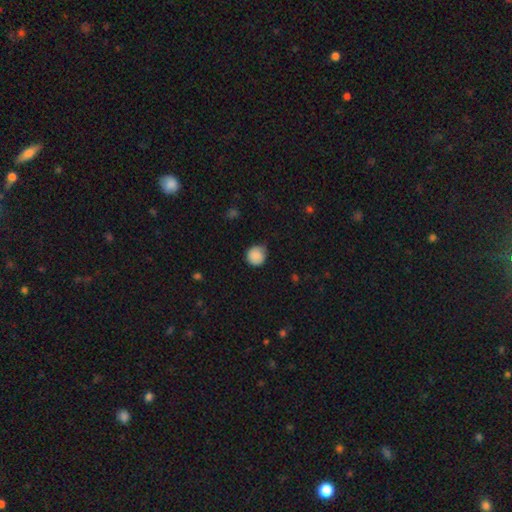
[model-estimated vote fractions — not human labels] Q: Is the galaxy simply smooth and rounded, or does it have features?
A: smooth — 88%.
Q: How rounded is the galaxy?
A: round — 92%.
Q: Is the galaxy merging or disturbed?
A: none — 71%.